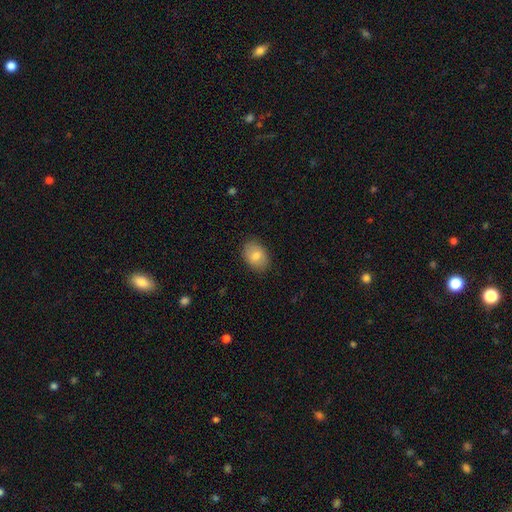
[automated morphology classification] Overall: smooth (79%). How rounded: in between (79%). Merging: none (87%).